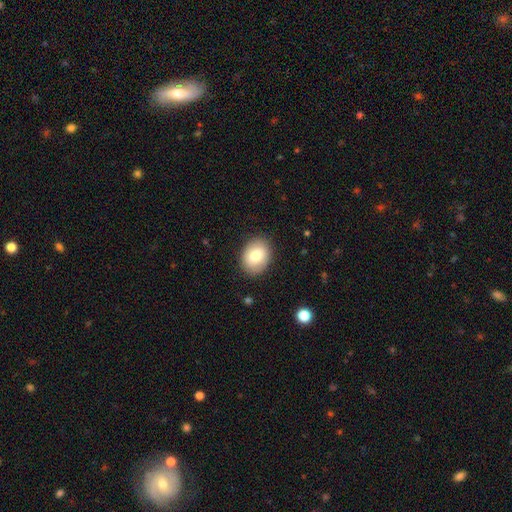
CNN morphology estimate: type=smooth (83%); roundness=in between (71%); merging=none (86%).